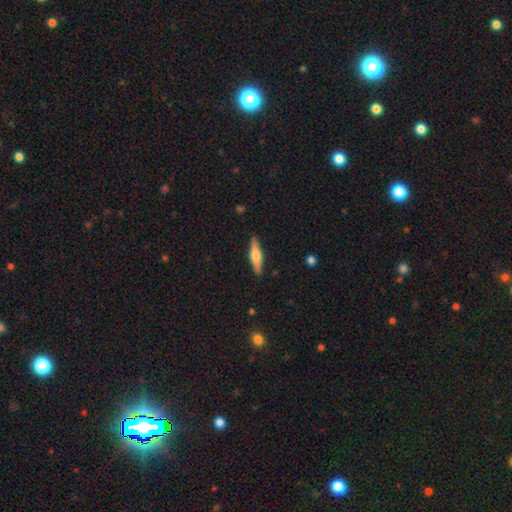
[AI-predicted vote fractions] Smooth or featured?
  - featured or disk: 47% * (tied)
  - smooth: 47% * (tied)
  - star or artifact: 6%
Merging?
  - none: 89% *
  - minor disturbance: 8%
  - major disturbance: 2%
  - merger: 1%